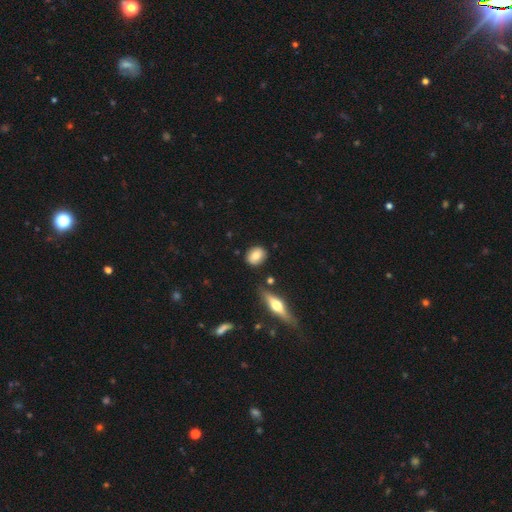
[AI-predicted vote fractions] Smooth or featured? smooth (77%)
How rounded? round (52%)
Merging? none (84%)